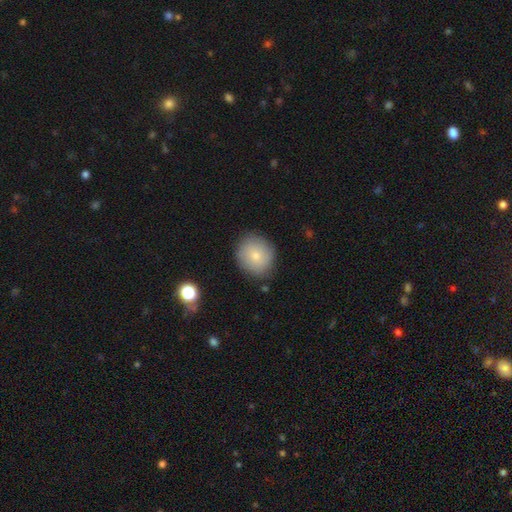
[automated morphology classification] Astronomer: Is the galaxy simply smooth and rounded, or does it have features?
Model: smooth — 79%.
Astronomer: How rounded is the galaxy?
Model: round — 81%.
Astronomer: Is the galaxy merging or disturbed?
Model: none — 84%.